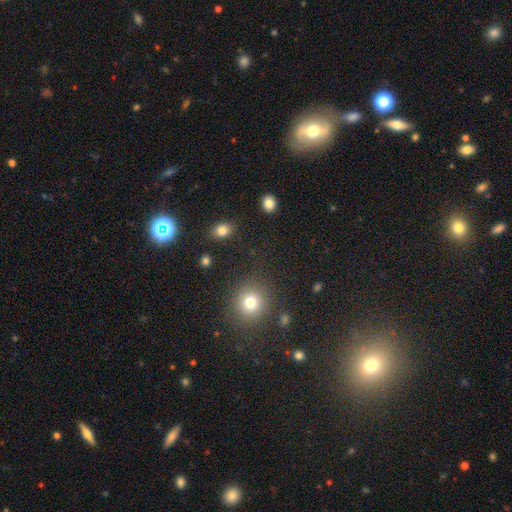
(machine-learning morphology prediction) Smooth or featured: smooth — 56% (star or artifact — 36%)
How rounded: round — 87% (in between — 12%)
Merging: none — 88% (minor disturbance — 7%)